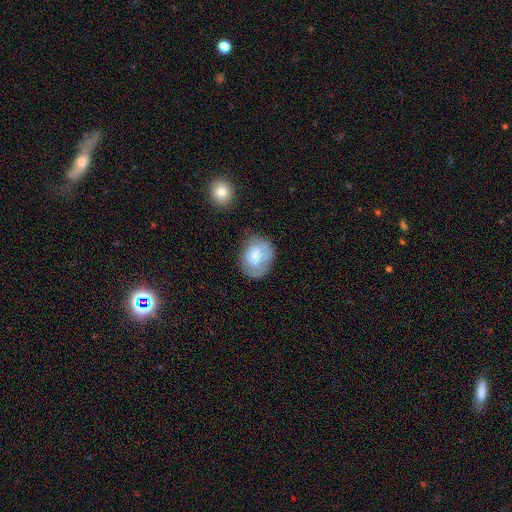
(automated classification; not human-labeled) A smooth galaxy with no disk features (59%) that is in between round and cigar-shaped (59%).

Vote fractions:
- Smooth or featured? smooth: 59% / featured or disk: 33% / star or artifact: 8%
- How rounded? in between: 59% / round: 40% / cigar-shaped: 1%
- Merging? none: 58% / minor disturbance: 26% / major disturbance: 12% / merger: 5%